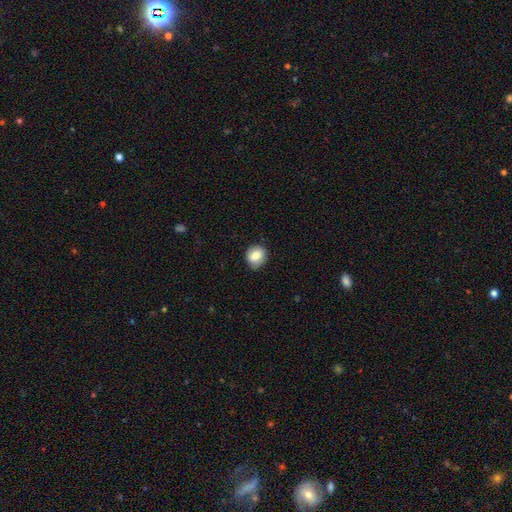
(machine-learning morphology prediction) Smooth or featured: smooth — 78% (featured or disk — 13%)
How rounded: round — 70% (in between — 29%)
Merging: none — 77% (minor disturbance — 17%)